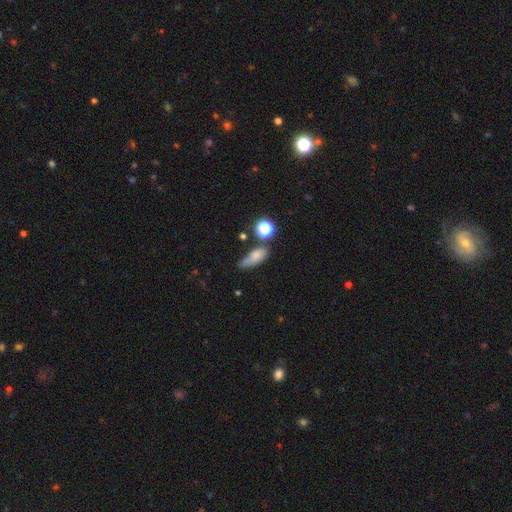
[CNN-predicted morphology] This appears to be a smooth galaxy with no disk features (71%) that is in between round and cigar-shaped (63%). Merging: none (43%).